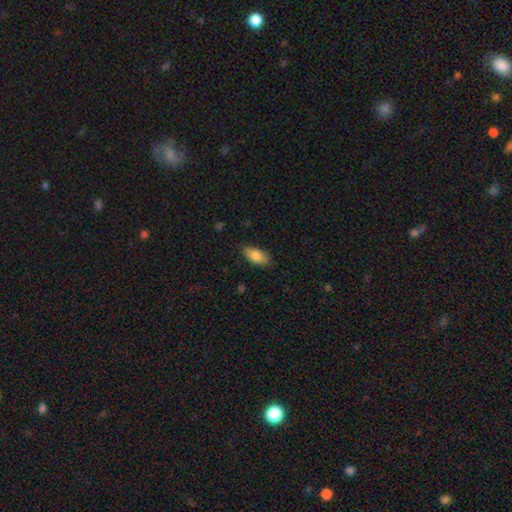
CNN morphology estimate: A smooth galaxy with no disk features (83%) that is in between round and cigar-shaped (91%). Merging: none (85%).